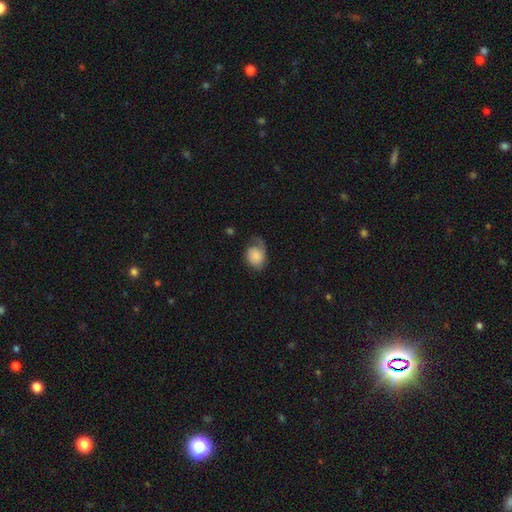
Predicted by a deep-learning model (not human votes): A smooth galaxy with no disk features (67%) that is in between round and cigar-shaped (58%). Merging: none (37%).